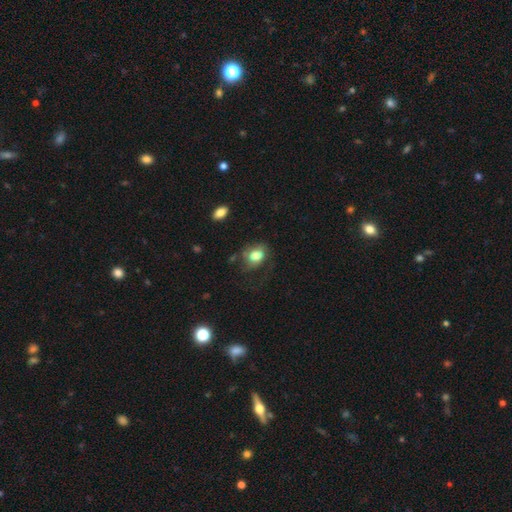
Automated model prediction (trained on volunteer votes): Smooth or featured?
  - smooth: 74% *
  - featured or disk: 18%
  - star or artifact: 8%
How rounded?
  - in between: 58% *
  - round: 41%
  - cigar-shaped: 1%
Merging?
  - none: 49% *
  - minor disturbance: 25%
  - major disturbance: 24%
  - merger: 3%